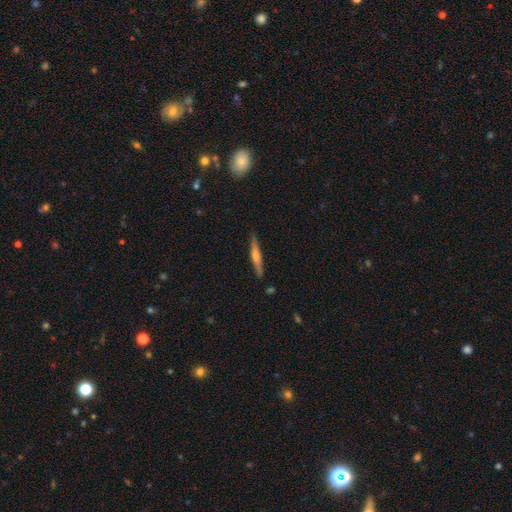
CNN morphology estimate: A featured or disk galaxy (57%) viewed edge-on (96%) with a rounded central bulge (77%).

Vote fractions:
- Smooth or featured? featured or disk: 57% / smooth: 37% / star or artifact: 6%
- Edge-on disk? yes: 96% / no: 4%
- Edge-on bulge? rounded: 77% / none: 15% / boxy: 9%
- Merging? none: 88% / minor disturbance: 9% / major disturbance: 2% / merger: 1%